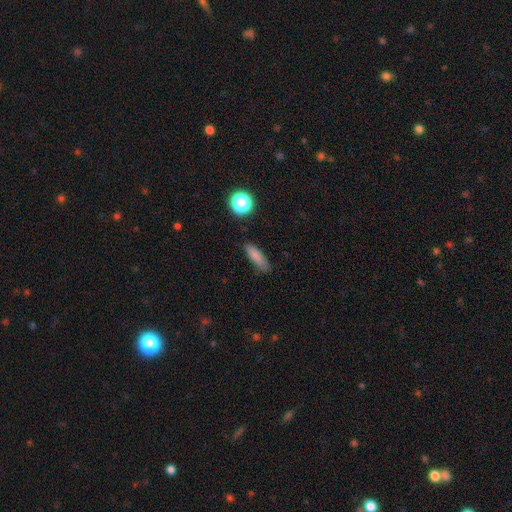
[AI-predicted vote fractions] The model was most divided on "how rounded": cigar-shaped: 50%, in between: 46%, round: 4%. More confident: smooth or featured — smooth (81%); merging — none (81%).